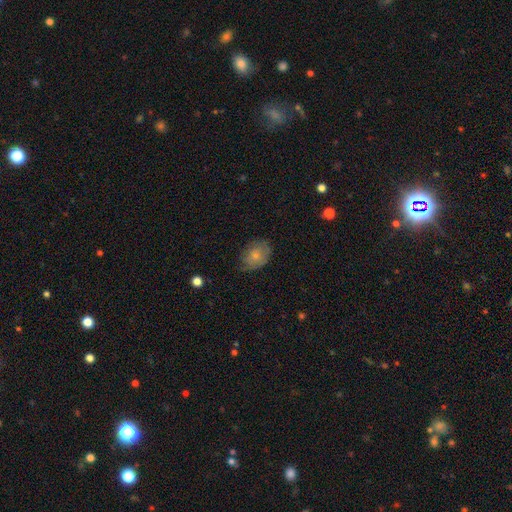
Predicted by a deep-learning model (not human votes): Smooth or featured? Predicted: smooth (p=0.73). How rounded? Predicted: in between (p=0.68). Merging? Predicted: none (p=0.62).